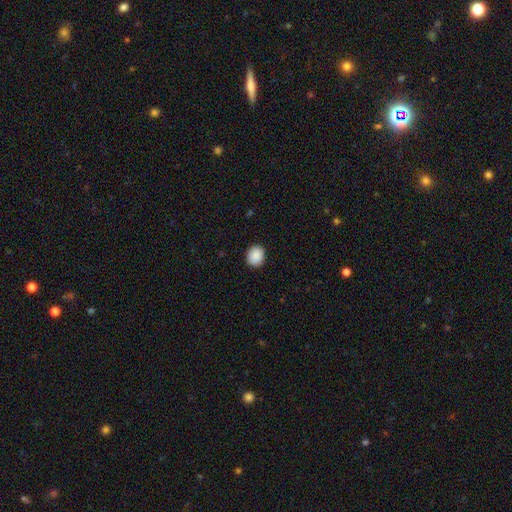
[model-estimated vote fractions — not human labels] Smooth or featured?
  - smooth: 89% *
  - star or artifact: 8%
  - featured or disk: 3%
How rounded?
  - round: 73% *
  - in between: 26%
  - cigar-shaped: 1%
Merging?
  - none: 90% *
  - minor disturbance: 7%
  - major disturbance: 2%
  - merger: 1%